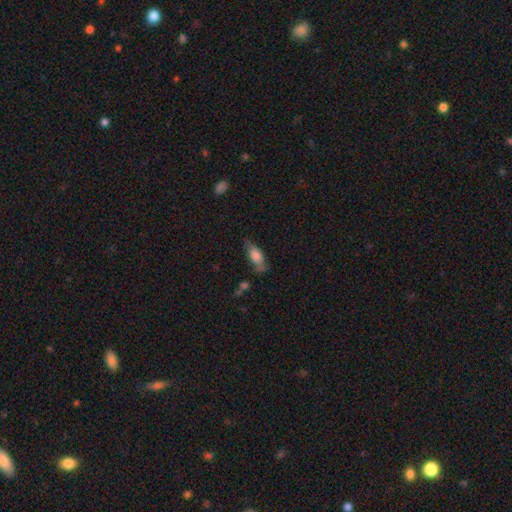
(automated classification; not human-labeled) smooth_or_featured: smooth (p=0.70) [alt: featured or disk p=0.23]
how_rounded: in between (p=0.76) [alt: cigar-shaped p=0.20]
merging: none (p=0.56) [alt: minor disturbance p=0.29]